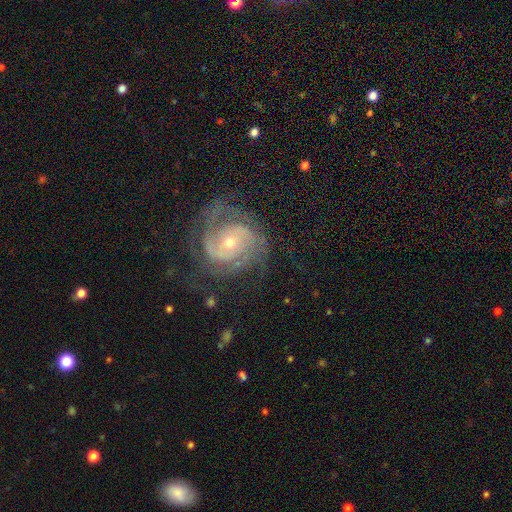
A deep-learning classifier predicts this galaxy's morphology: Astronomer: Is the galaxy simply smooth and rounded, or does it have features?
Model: featured or disk — 79%.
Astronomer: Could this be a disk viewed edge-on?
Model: no — 97%.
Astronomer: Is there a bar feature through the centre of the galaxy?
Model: no — 43% (runner-up: weak, 40%).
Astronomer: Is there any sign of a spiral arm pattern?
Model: yes — 95%.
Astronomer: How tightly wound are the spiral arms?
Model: tight — 54% (runner-up: medium, 36%).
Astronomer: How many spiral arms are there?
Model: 2 — 50%.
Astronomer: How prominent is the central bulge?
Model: small — 58% (runner-up: moderate, 38%).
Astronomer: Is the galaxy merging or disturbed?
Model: none — 74%.